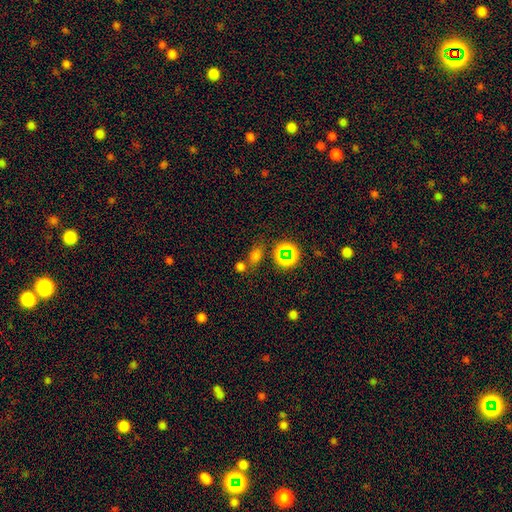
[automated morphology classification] smooth-or-featured: smooth: 59% | star or artifact: 33% | featured or disk: 8%
  how-rounded: in between: 60% | round: 35% | cigar-shaped: 5%
  merging: none: 59% | merger: 24% | minor disturbance: 12% | major disturbance: 6%